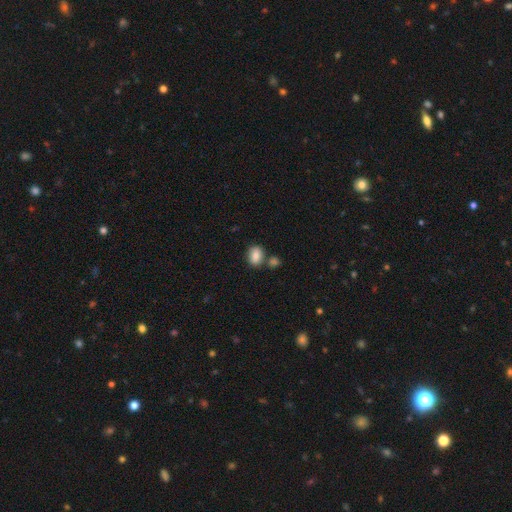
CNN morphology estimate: smooth-or-featured: smooth: 84% | star or artifact: 8% | featured or disk: 8%
  how-rounded: in between: 70% | round: 28% | cigar-shaped: 2%
  merging: none: 65% | merger: 20% | minor disturbance: 12% | major disturbance: 3%